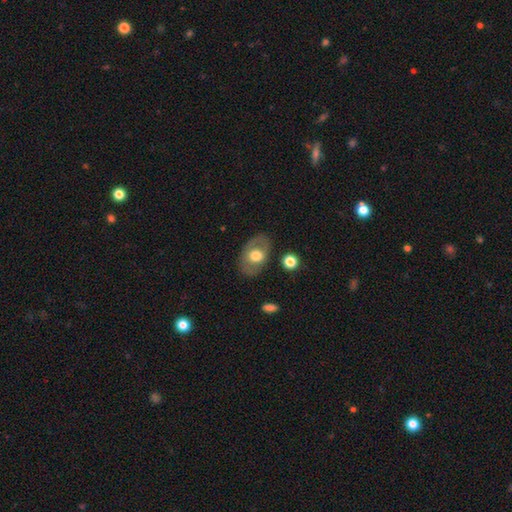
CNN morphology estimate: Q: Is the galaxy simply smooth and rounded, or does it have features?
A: smooth — 52%.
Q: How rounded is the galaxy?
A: in between — 79%.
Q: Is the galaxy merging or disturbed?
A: none — 79%.